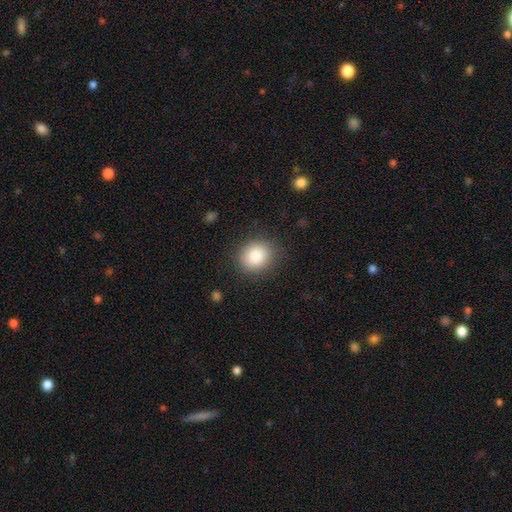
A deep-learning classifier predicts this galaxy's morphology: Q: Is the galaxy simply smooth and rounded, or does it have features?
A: smooth — 86%.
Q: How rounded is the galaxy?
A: round — 73%.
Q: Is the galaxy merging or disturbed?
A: none — 85%.